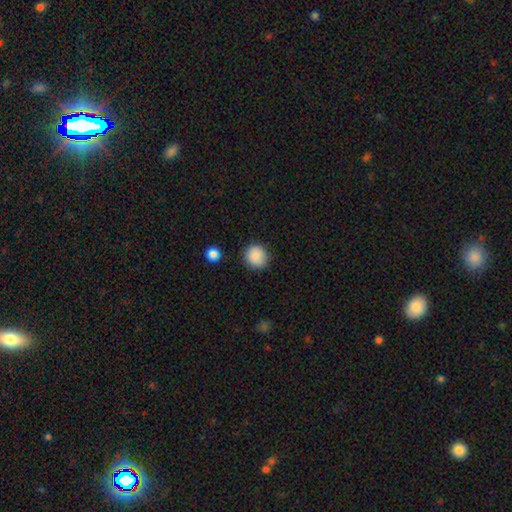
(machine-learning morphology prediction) Overall: smooth (88%). How rounded: round (91%). Merging: none (87%).